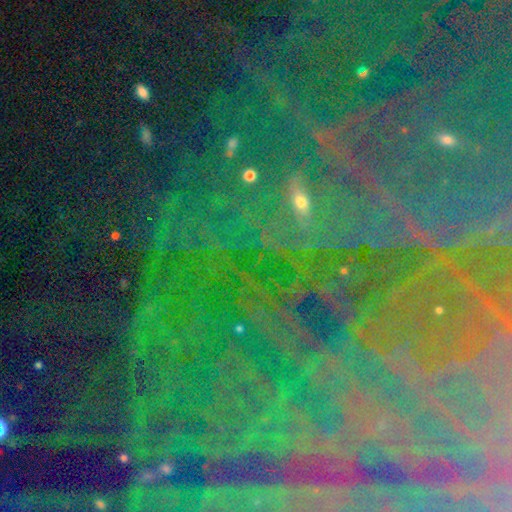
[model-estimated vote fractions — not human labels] This appears to be a star or artifact, not a galaxy (81%).